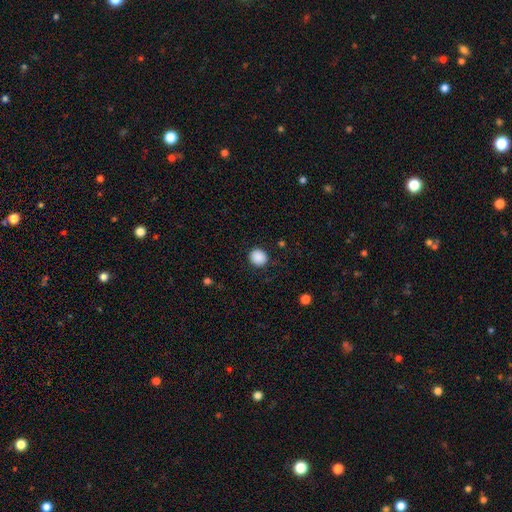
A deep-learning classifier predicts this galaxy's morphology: smooth-or-featured: smooth: 89% | star or artifact: 9% | featured or disk: 2%
  how-rounded: round: 88% | in between: 11% | cigar-shaped: 1%
  merging: none: 90% | minor disturbance: 6% | major disturbance: 2% | merger: 1%